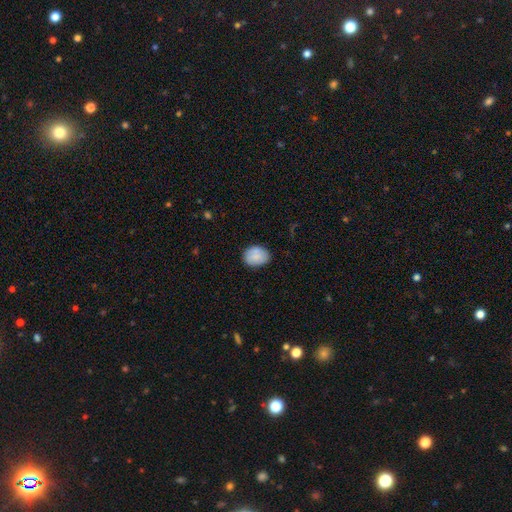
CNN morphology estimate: smooth-or-featured: smooth: 82% | featured or disk: 11% | star or artifact: 7%
  how-rounded: in between: 59% | round: 40% | cigar-shaped: 1%
  merging: none: 78% | minor disturbance: 16% | major disturbance: 3% | merger: 2%